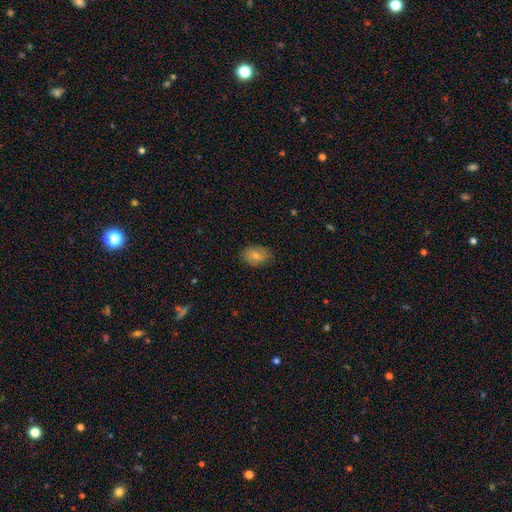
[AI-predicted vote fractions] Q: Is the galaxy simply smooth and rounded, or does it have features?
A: smooth — 79%.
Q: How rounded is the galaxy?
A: in between — 89%.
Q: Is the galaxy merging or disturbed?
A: none — 83%.